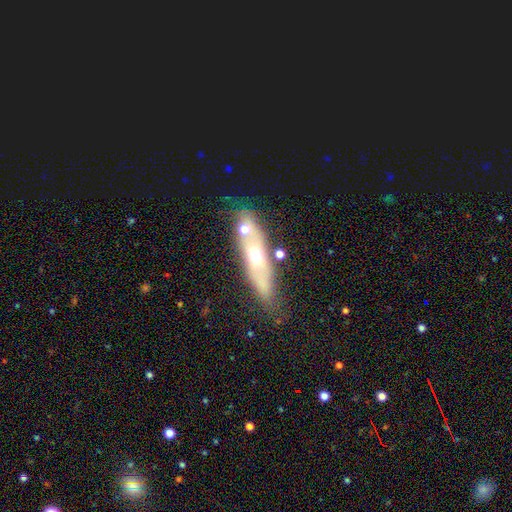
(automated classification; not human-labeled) A featured or disk galaxy (53%). Merging: none (61%).